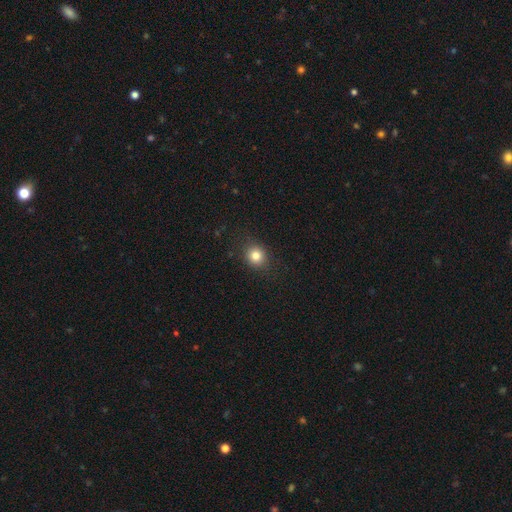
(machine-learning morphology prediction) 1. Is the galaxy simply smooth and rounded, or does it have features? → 82% smooth, 12% star or artifact, 7% featured or disk.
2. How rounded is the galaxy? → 79% round, 20% in between, 1% cigar-shaped.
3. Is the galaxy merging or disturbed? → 87% none, 9% minor disturbance, 3% major disturbance, 1% merger.